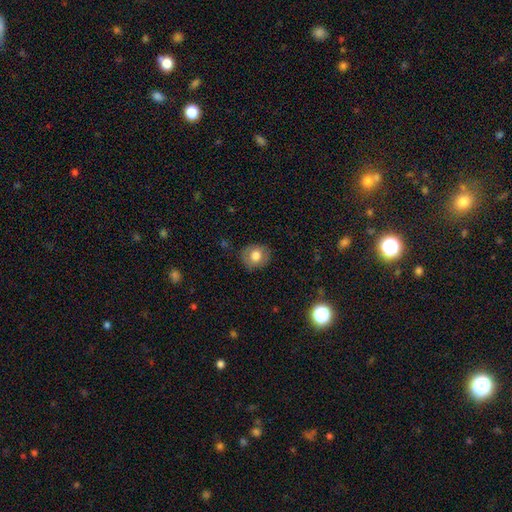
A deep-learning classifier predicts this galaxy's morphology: Q: Smooth or featured?
A: smooth (74%); runner-up: featured or disk (17%)
Q: How rounded?
A: round (75%); runner-up: in between (24%)
Q: Merging?
A: none (82%); runner-up: minor disturbance (14%)